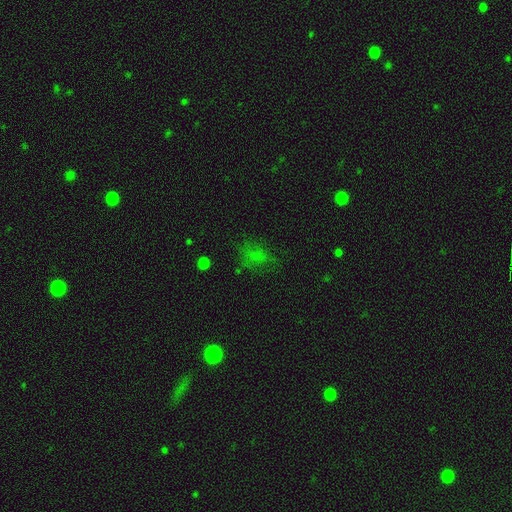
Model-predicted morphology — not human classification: Q: Smooth or featured?
A: smooth (56%); runner-up: star or artifact (30%)
Q: How rounded?
A: in between (63%); runner-up: round (33%)
Q: Merging?
A: none (56%); runner-up: minor disturbance (21%)